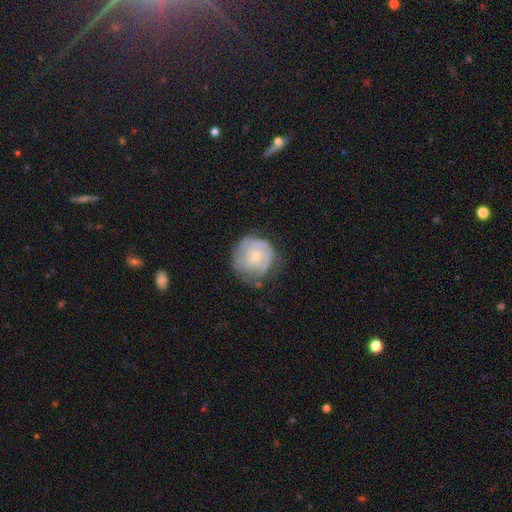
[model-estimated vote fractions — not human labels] smooth-or-featured: featured or disk: 54% | smooth: 40% | star or artifact: 7%
  disk-edge-on: no: 97% | yes: 3%
    bar: no: 84% | weak: 14% | strong: 2%
    has-spiral-arms: yes: 67% | no: 33%
    bulge-size: small: 64% | moderate: 30% | none: 2% | large: 2% | dominant: 1%
  merging: none: 56% | minor disturbance: 29% | major disturbance: 13% | merger: 2%